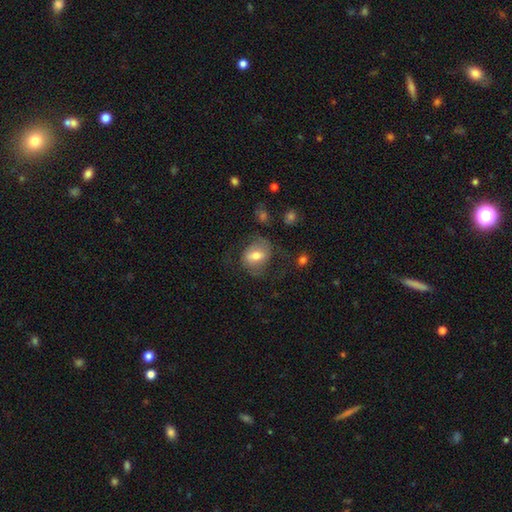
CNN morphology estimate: type=smooth (57%); roundness=in between (59%); merging=none (51%).